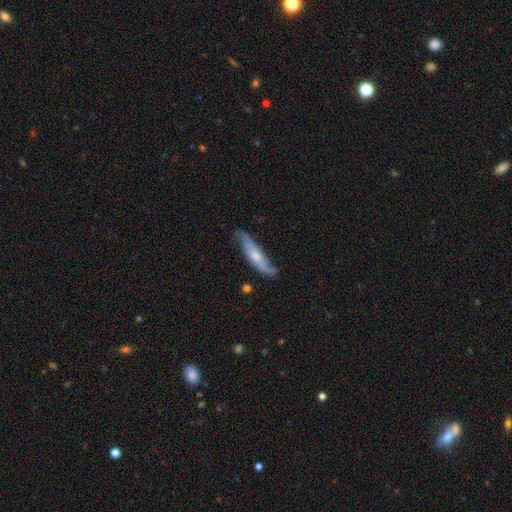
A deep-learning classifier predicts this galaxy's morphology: smooth_or_featured: featured or disk (p=0.66) [alt: smooth p=0.29]
disk_edge_on: no (p=0.53) [alt: yes p=0.47]
merging: none (p=0.70) [alt: minor disturbance p=0.22]